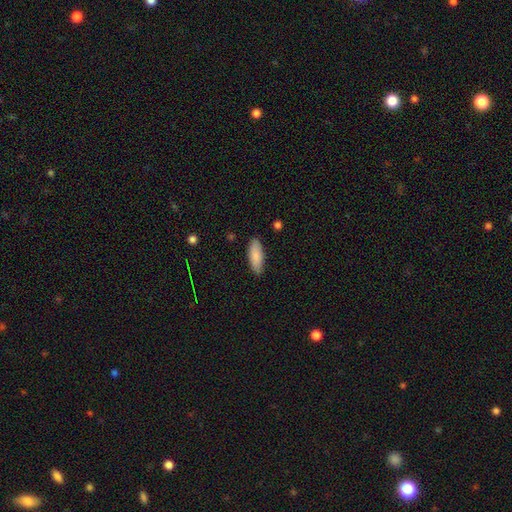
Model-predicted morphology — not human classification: Overall: smooth (86%). How rounded: in between (69%). Merging: none (86%).